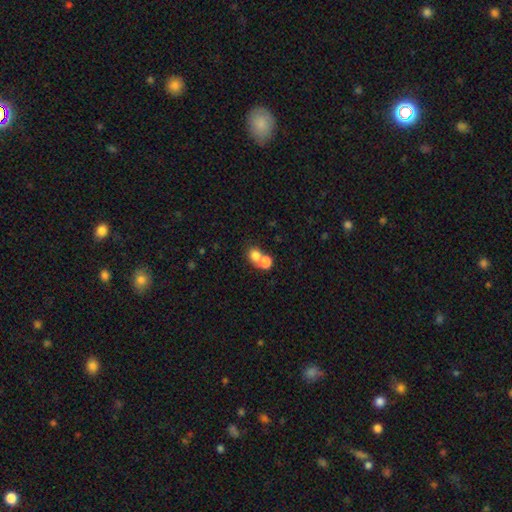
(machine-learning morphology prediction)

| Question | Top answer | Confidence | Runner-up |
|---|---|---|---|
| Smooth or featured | smooth | 76% | star or artifact (12%) |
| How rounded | round | 73% | in between (26%) |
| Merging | merger | 56% | none (35%) |